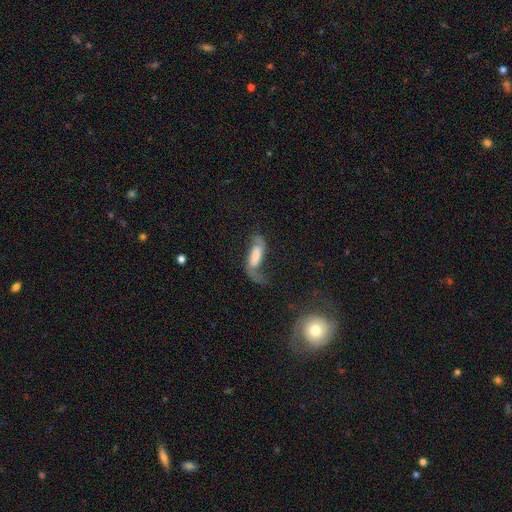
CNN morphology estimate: featured or disk 58%, smooth 34%, star or artifact 8%. Down the decision tree: edge-on disk — no (87%); bar — no (36%); spiral arms — yes (89%); bulge size — large (32%); merging — none (44%).